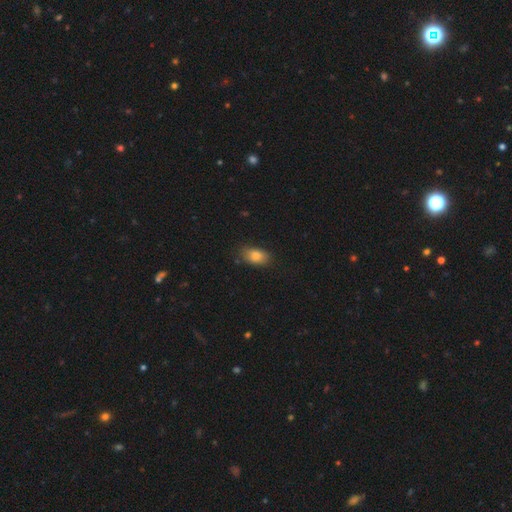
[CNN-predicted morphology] Smooth or featured? Predicted: smooth (p=0.83). How rounded? Predicted: in between (p=0.88). Merging? Predicted: none (p=0.78).